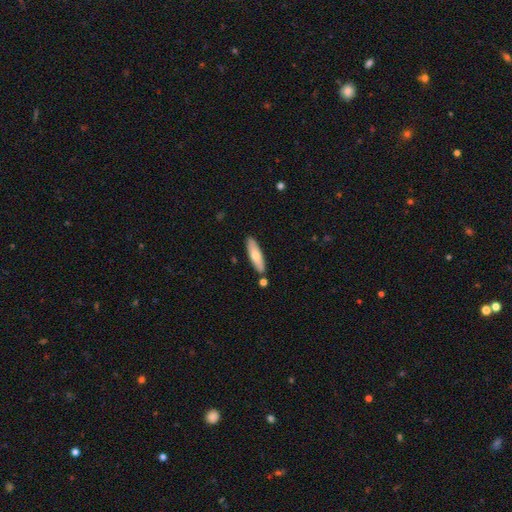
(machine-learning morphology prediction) Overall: smooth (67%; featured or disk 28%). How rounded: cigar-shaped (66%; in between 33%). Merging: none (84%).